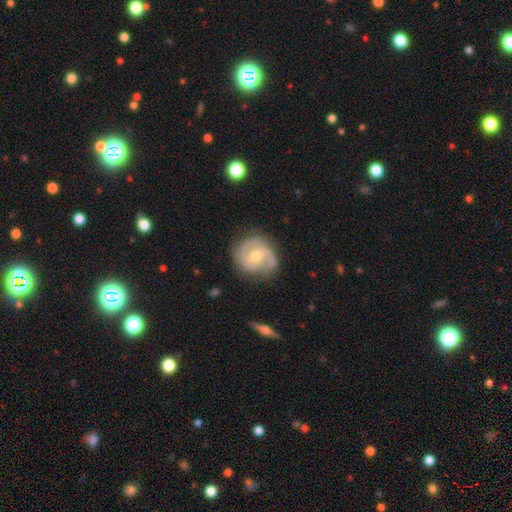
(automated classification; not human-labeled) The model was most divided on "spiral winding": medium: 43%, tight: 42%, loose: 15%. More confident: edge-on disk — no (97%); spiral arms — yes (94%); smooth or featured — featured or disk (82%); merging — none (72%); spiral arm count — 2 (70%); bulge size — moderate (62%); bar — no (55%).